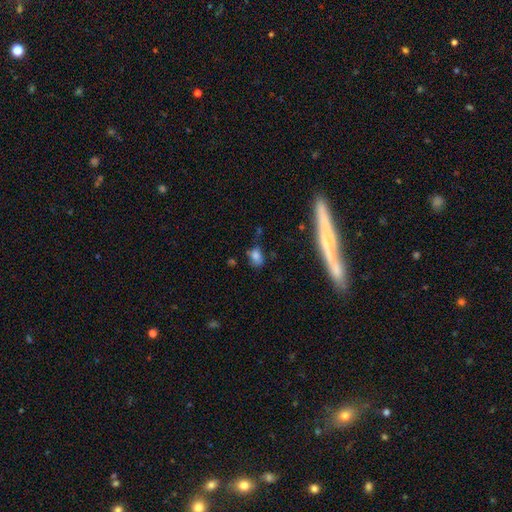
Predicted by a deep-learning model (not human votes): Q: Smooth or featured?
A: smooth (74%); runner-up: star or artifact (14%)
Q: How rounded?
A: in between (67%); runner-up: round (29%)
Q: Merging?
A: none (55%); runner-up: minor disturbance (27%)